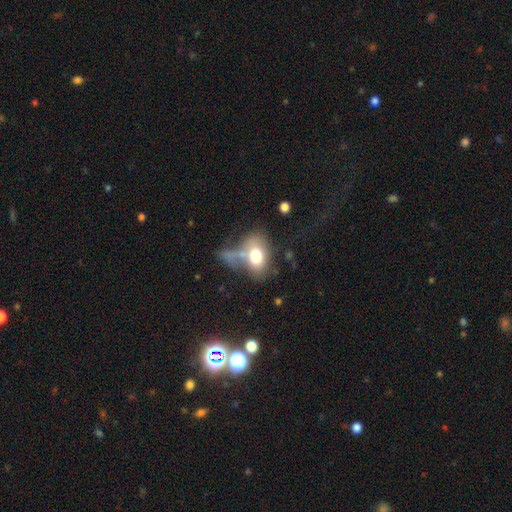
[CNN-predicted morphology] smooth 71%, featured or disk 20%, star or artifact 9%. Down the decision tree: how rounded — in between (74%); merging — none (28%).